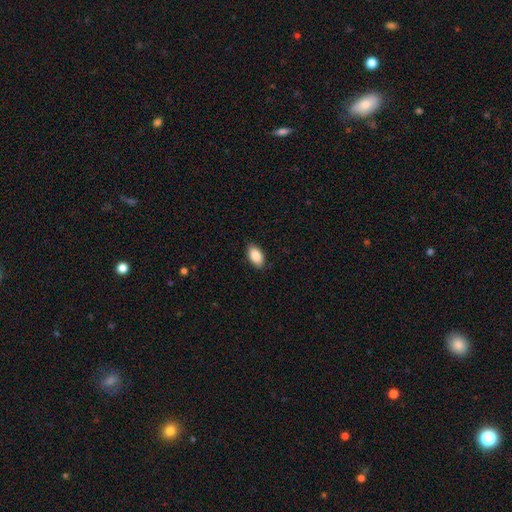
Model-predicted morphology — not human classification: This appears to be a smooth galaxy with no disk features (88%) that is in between round and cigar-shaped (94%). Merging: none (87%).